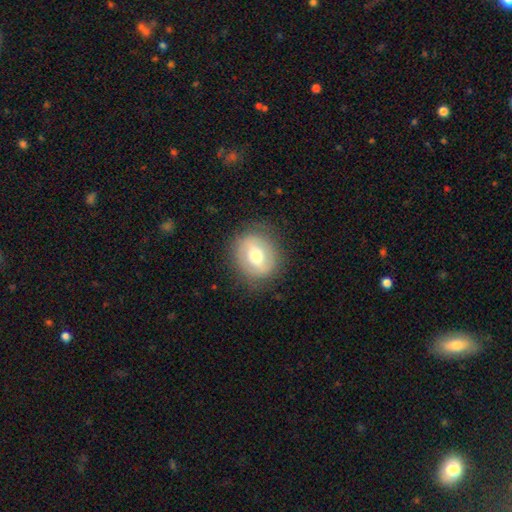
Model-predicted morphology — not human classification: smooth_or_featured: smooth (p=0.50) [alt: featured or disk p=0.43]
merging: none (p=0.80) [alt: minor disturbance p=0.13]